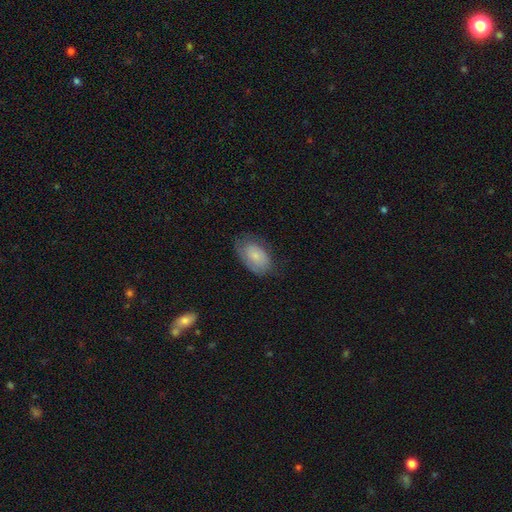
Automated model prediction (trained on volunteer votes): Overall: smooth (60%; featured or disk 33%). How rounded: in between (92%). Merging: none (62%; minor disturbance 26%).